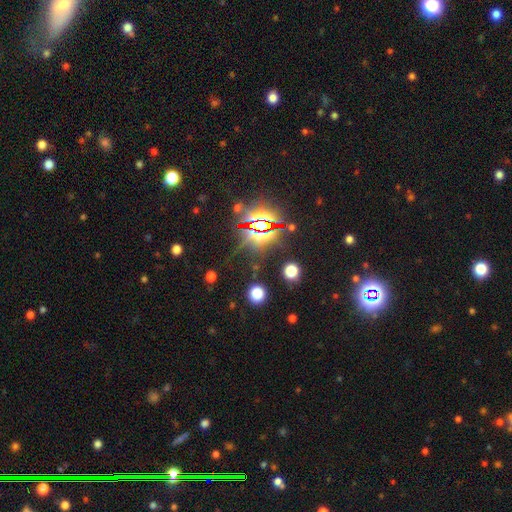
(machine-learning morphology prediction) Overall: star or artifact (84%).